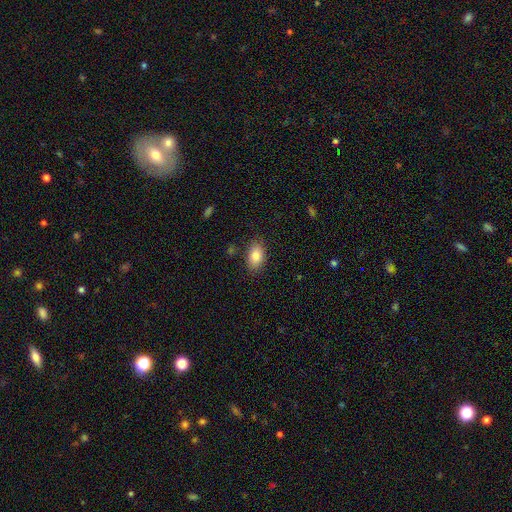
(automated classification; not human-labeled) A smooth galaxy with no disk features (85%) that is in between round and cigar-shaped (89%).

Vote fractions:
- Smooth or featured? smooth: 85% / featured or disk: 8% / star or artifact: 8%
- How rounded? in between: 89% / round: 9% / cigar-shaped: 2%
- Merging? none: 84% / minor disturbance: 12% / major disturbance: 3% / merger: 2%